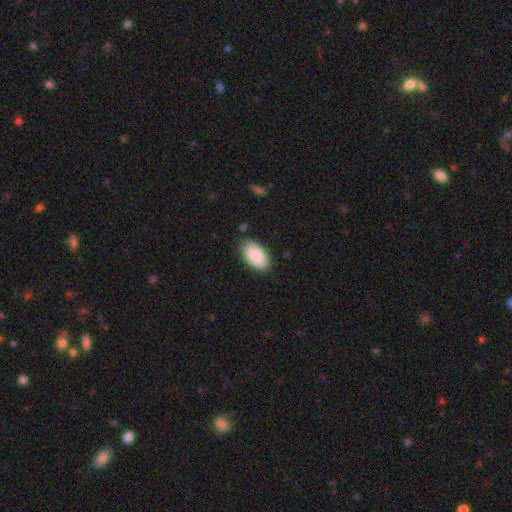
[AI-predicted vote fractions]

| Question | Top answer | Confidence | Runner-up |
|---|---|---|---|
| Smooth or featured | smooth | 88% | featured or disk (6%) |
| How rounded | in between | 96% | round (3%) |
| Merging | none | 83% | minor disturbance (13%) |